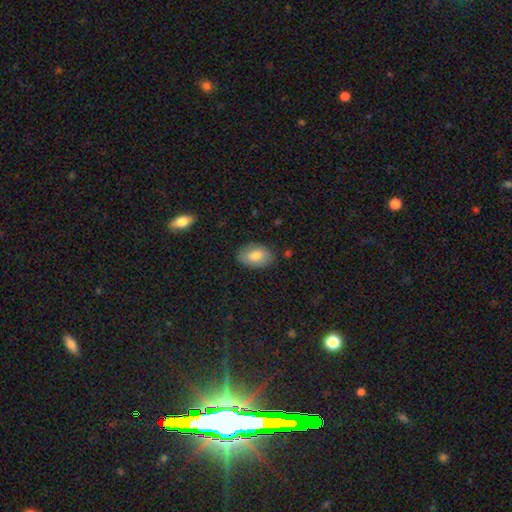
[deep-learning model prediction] Q: Smooth or featured?
A: smooth (78%); runner-up: featured or disk (14%)
Q: How rounded?
A: in between (87%); runner-up: round (11%)
Q: Merging?
A: none (82%); runner-up: minor disturbance (14%)